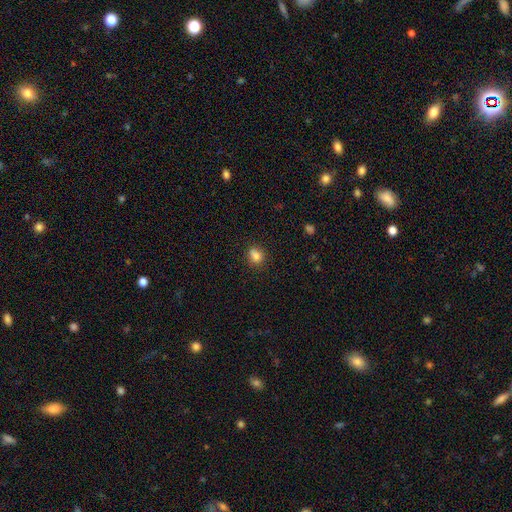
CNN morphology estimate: A smooth galaxy with no disk features (81%) that is round (63%). Merging: none (68%).